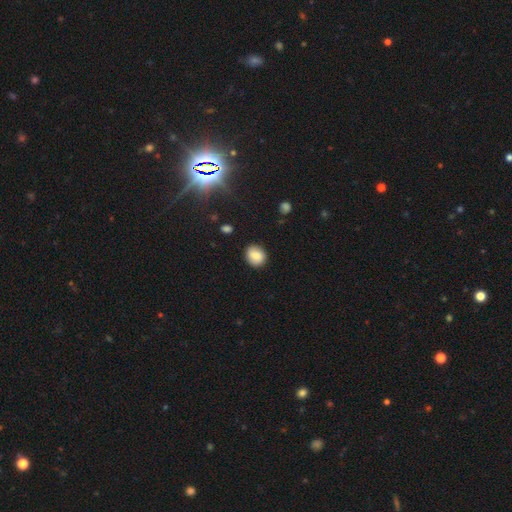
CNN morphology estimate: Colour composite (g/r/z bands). It shows a smooth galaxy with no disk features (81%) that is round (68%). Merging: none (86%).